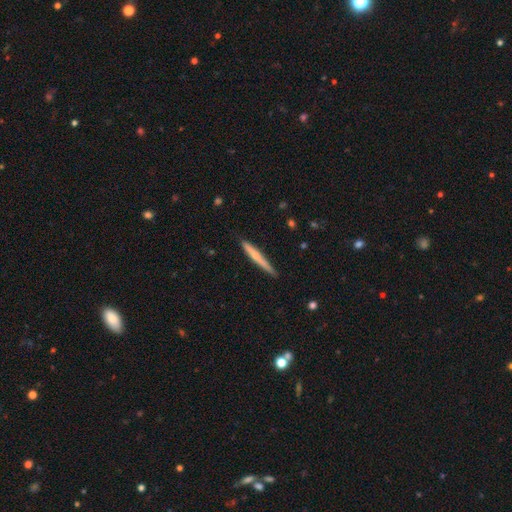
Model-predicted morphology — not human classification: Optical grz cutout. It shows a smooth galaxy with no disk features (58%) that is cigar-shaped (96%). Merging: none (84%).